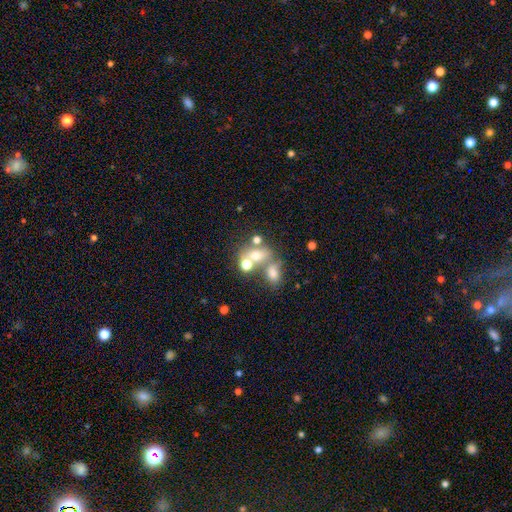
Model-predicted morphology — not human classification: The model was most divided on "merging": merger: 45%, none: 35%, minor disturbance: 11%, major disturbance: 9%. More confident: smooth or featured — smooth (61%); how rounded — in between (58%).